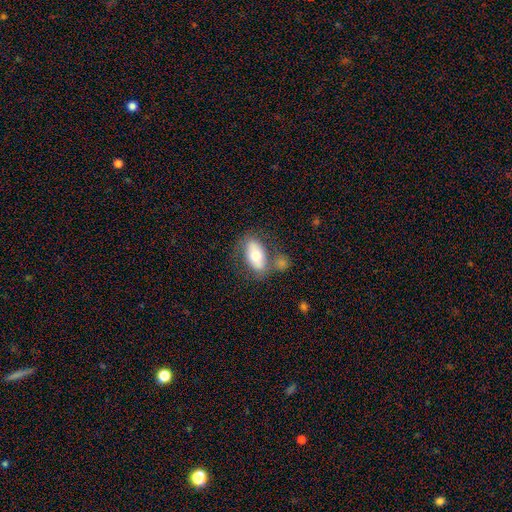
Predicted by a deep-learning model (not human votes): Overall: smooth (60%; featured or disk 33%). How rounded: in between (88%). Merging: none (58%; merger 18%).